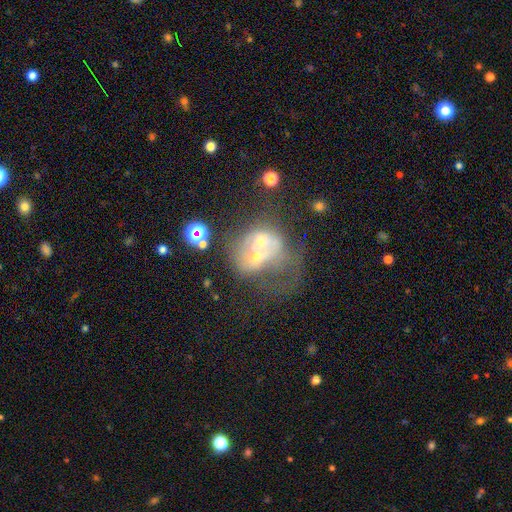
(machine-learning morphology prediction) Q: Smooth or featured?
A: featured or disk (51%); runner-up: smooth (34%)
Q: Edge-on disk?
A: no (97%); runner-up: yes (3%)
Q: Merging?
A: merger (66%); runner-up: major disturbance (16%)